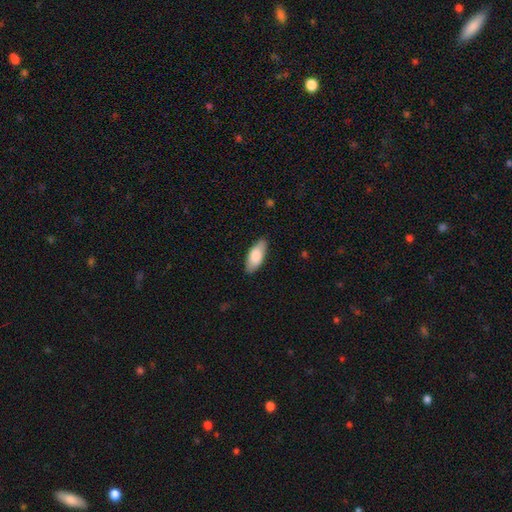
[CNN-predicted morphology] Smooth or featured? smooth (82%)
How rounded? in between (84%)
Merging? none (85%)